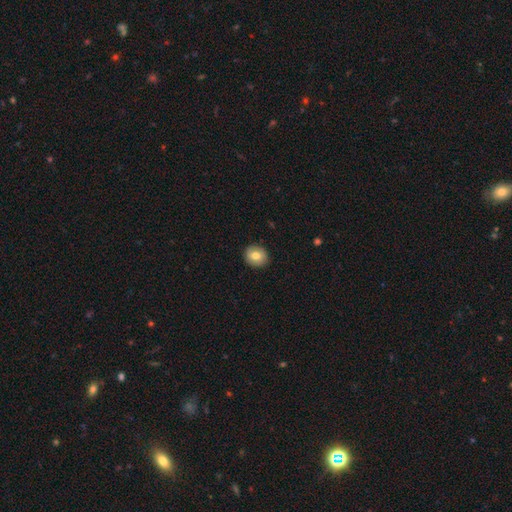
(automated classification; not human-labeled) Smooth or featured? smooth (76%)
How rounded? round (82%)
Merging? none (90%)